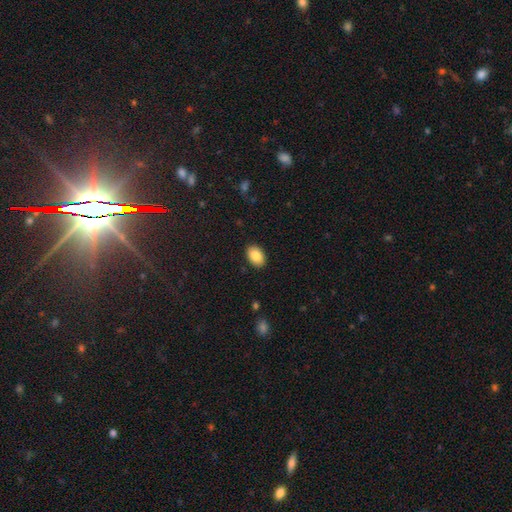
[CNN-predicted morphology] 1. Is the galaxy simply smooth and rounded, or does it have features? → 87% smooth, 7% star or artifact, 5% featured or disk.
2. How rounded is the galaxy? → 89% in between, 10% round, 1% cigar-shaped.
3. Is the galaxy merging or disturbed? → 89% none, 8% minor disturbance, 2% major disturbance, 1% merger.